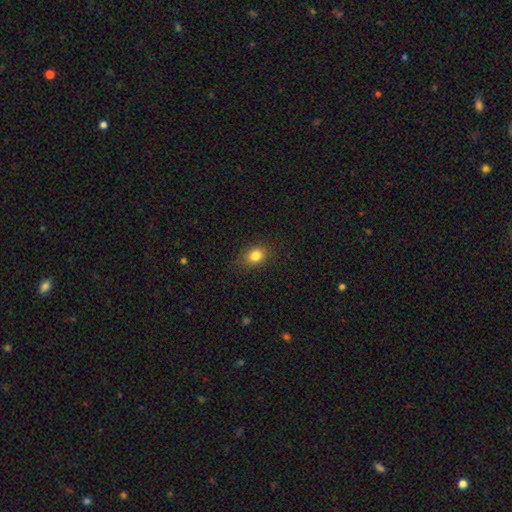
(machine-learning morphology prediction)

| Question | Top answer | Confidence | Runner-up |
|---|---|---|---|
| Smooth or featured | smooth | 83% | star or artifact (11%) |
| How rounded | in between | 54% | round (45%) |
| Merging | none | 85% | minor disturbance (11%) |